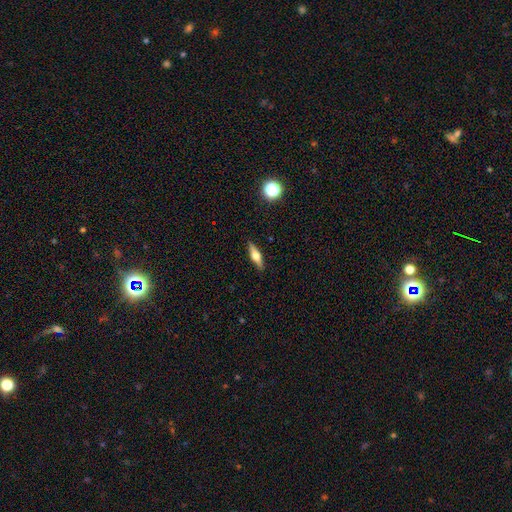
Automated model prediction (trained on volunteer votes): Q: Smooth or featured?
A: featured or disk (48%); runner-up: smooth (44%)
Q: Merging?
A: none (89%); runner-up: minor disturbance (8%)